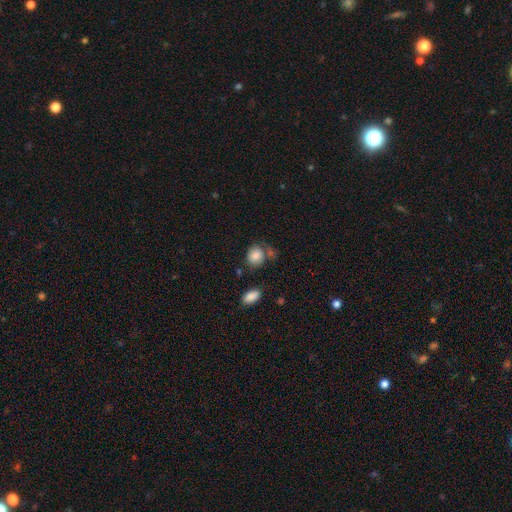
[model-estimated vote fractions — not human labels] smooth-or-featured: smooth: 84% | star or artifact: 8% | featured or disk: 7%
  how-rounded: round: 63% | in between: 36% | cigar-shaped: 1%
  merging: none: 60% | minor disturbance: 19% | merger: 14% | major disturbance: 7%